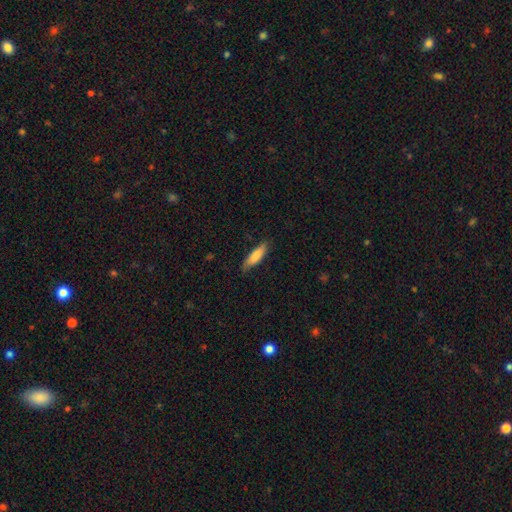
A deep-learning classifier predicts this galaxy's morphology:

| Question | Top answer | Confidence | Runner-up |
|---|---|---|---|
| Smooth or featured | smooth | 80% | featured or disk (14%) |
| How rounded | cigar-shaped | 58% | in between (40%) |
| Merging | none | 78% | minor disturbance (18%) |